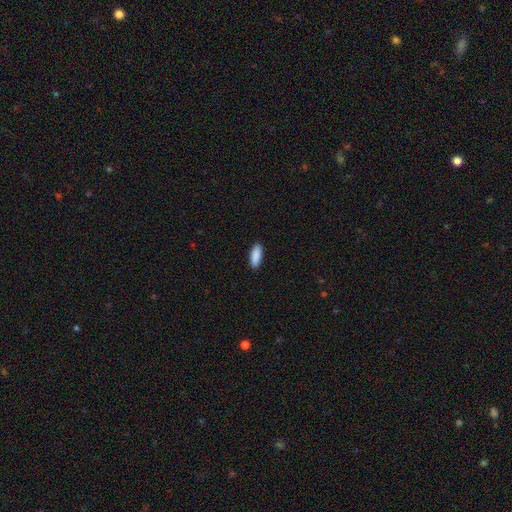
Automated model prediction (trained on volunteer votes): A smooth galaxy with no disk features (91%) that is in between round and cigar-shaped (72%).

Vote fractions:
- Smooth or featured? smooth: 91% / star or artifact: 6% / featured or disk: 3%
- How rounded? in between: 72% / cigar-shaped: 26% / round: 2%
- Merging? none: 90% / minor disturbance: 7% / major disturbance: 2% / merger: 1%